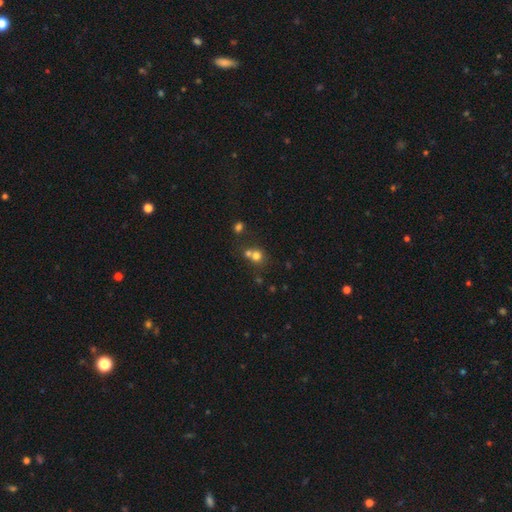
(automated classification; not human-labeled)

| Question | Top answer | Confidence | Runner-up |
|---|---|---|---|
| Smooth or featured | smooth | 71% | star or artifact (17%) |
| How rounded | round | 84% | in between (15%) |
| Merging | merger | 46% | none (44%) |